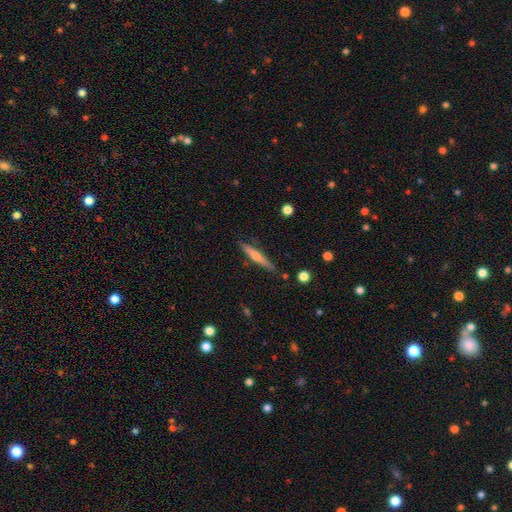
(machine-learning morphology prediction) The model was most divided on "smooth or featured": featured or disk: 57%, smooth: 36%, star or artifact: 7%. More confident: edge-on disk — yes (96%); merging — none (87%); edge-on bulge — rounded (71%).